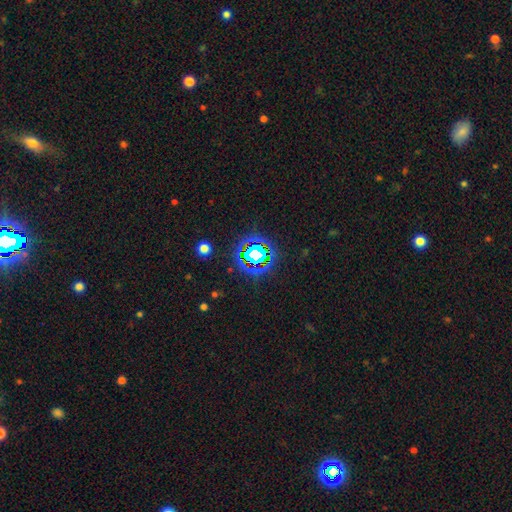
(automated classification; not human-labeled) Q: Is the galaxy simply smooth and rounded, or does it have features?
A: star or artifact — 75%.